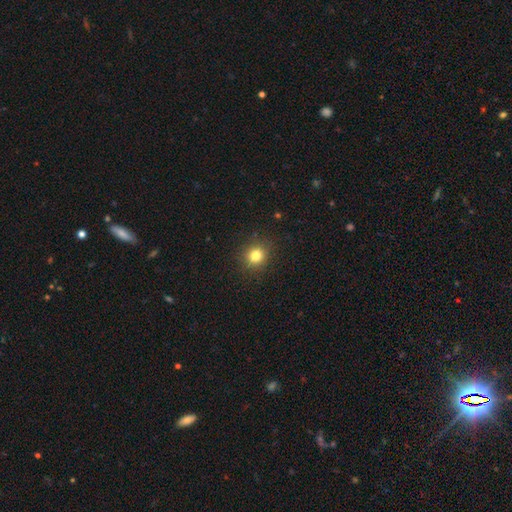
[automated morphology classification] A smooth galaxy with no disk features (81%) that is round (86%).

Vote fractions:
- Smooth or featured? smooth: 81% / star or artifact: 13% / featured or disk: 6%
- How rounded? round: 86% / in between: 13% / cigar-shaped: 1%
- Merging? none: 90% / minor disturbance: 7% / major disturbance: 2% / merger: 1%